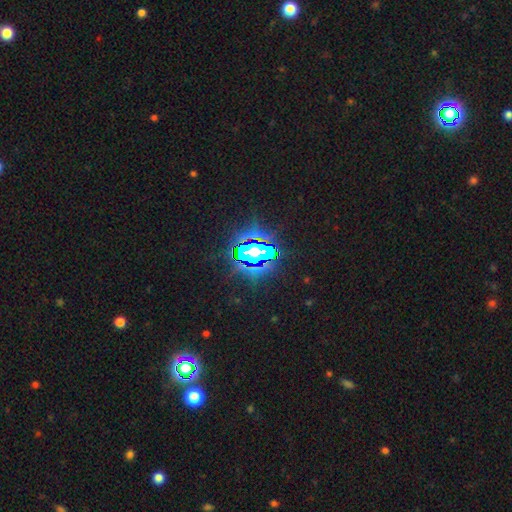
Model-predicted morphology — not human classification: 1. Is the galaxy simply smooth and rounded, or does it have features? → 81% star or artifact, 11% smooth, 8% featured or disk.